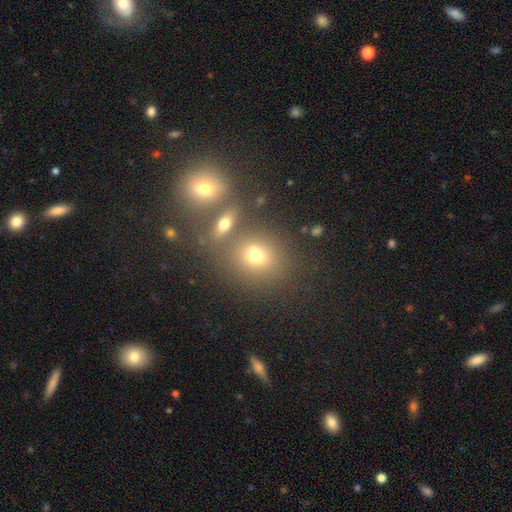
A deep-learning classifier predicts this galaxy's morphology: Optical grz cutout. It shows a smooth galaxy with no disk features (69%) that is round (69%). Merging: none (57%).